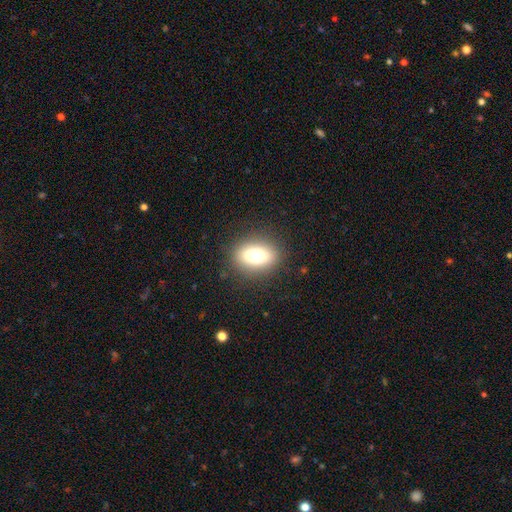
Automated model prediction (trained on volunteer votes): A smooth galaxy with no disk features (76%) that is in between round and cigar-shaped (75%). Merging: none (86%).